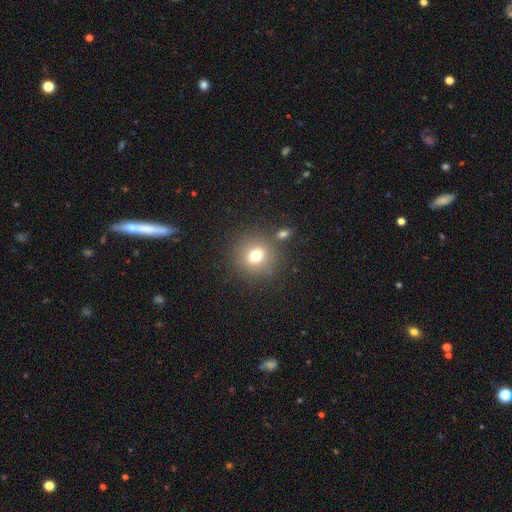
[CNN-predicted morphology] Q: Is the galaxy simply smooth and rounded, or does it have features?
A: smooth — 72%.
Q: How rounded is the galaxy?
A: round — 86%.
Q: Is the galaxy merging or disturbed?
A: none — 79%.